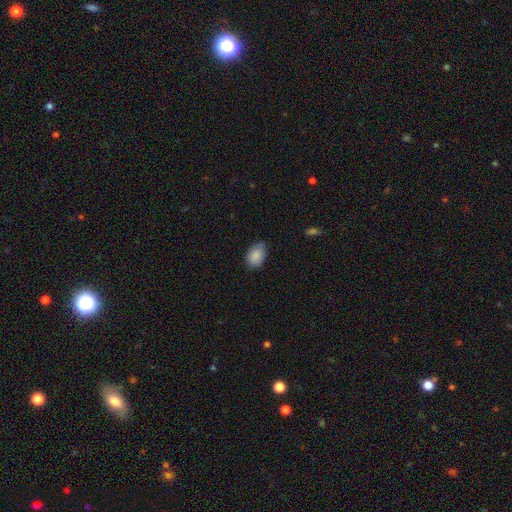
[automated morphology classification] type=smooth (87%); roundness=in between (82%); merging=none (71%).